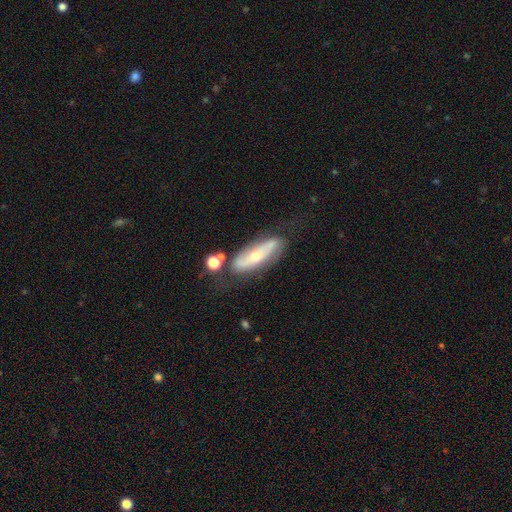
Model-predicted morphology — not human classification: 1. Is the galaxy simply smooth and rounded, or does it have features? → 67% featured or disk, 26% smooth, 7% star or artifact.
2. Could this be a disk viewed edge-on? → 74% no, 26% yes.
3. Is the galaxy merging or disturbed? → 64% none, 19% minor disturbance, 9% major disturbance, 7% merger.